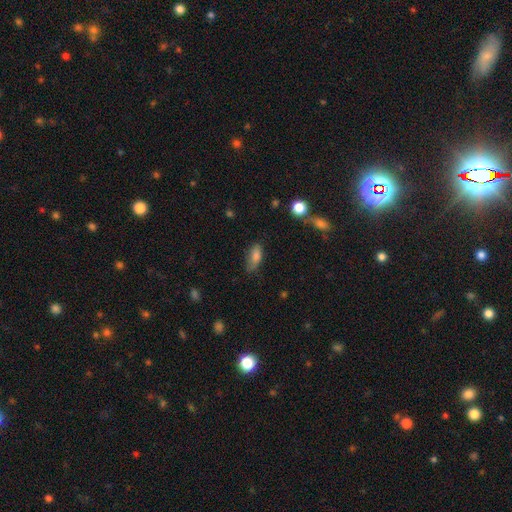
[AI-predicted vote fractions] smooth-or-featured: smooth: 78% | featured or disk: 12% | star or artifact: 10%
  how-rounded: in between: 76% | cigar-shaped: 20% | round: 4%
  merging: none: 63% | minor disturbance: 26% | major disturbance: 8% | merger: 3%